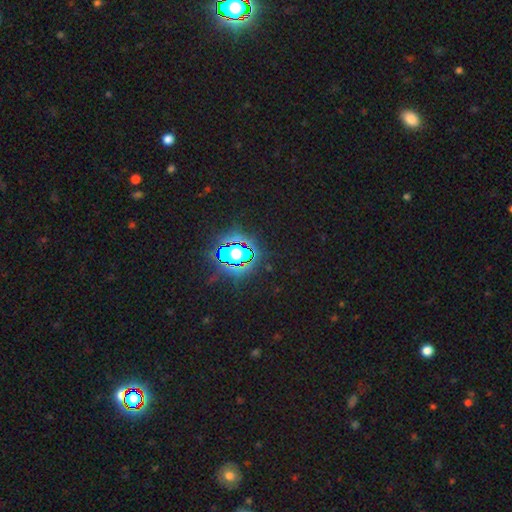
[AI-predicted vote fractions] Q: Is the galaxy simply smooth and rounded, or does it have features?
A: star or artifact — 84%.